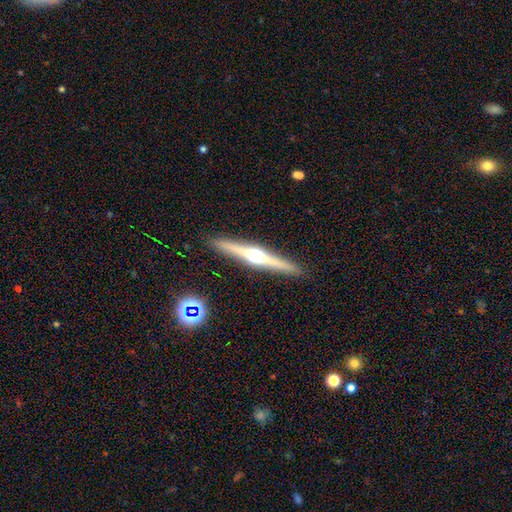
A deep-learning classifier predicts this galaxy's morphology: Smooth or featured: featured or disk — 74% (smooth — 20%)
Edge-on disk: yes — 98% (no — 2%)
Edge-on bulge: rounded — 94% (boxy — 3%)
Merging: none — 92% (minor disturbance — 6%)